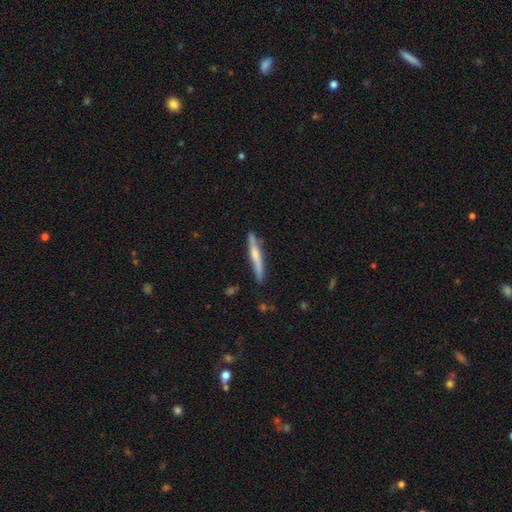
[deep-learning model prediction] This is possibly a featured or disk galaxy (48%). Merging: likely none (78%).